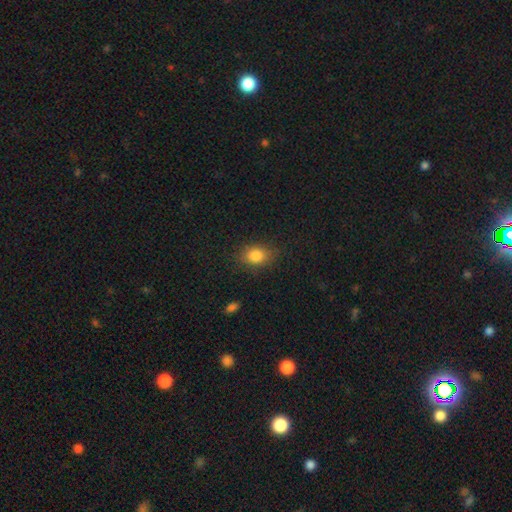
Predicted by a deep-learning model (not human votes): smooth_or_featured: smooth (p=0.83) [alt: star or artifact p=0.10]
how_rounded: in between (p=0.64) [alt: round p=0.35]
merging: none (p=0.82) [alt: minor disturbance p=0.13]